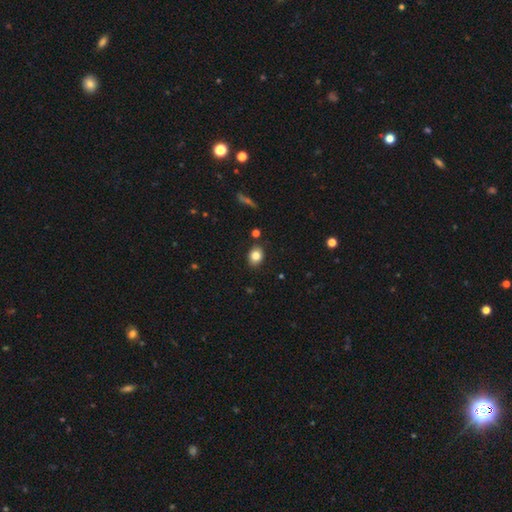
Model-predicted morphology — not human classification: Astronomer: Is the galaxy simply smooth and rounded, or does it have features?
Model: smooth — 83%.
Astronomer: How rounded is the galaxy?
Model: in between — 66%.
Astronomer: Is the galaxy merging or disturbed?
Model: none — 86%.